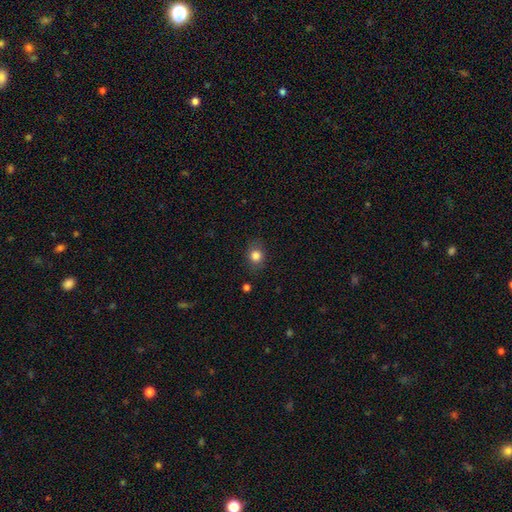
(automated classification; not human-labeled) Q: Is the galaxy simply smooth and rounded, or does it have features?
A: smooth — 82%.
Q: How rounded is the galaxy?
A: round — 58%.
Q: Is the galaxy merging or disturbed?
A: none — 82%.